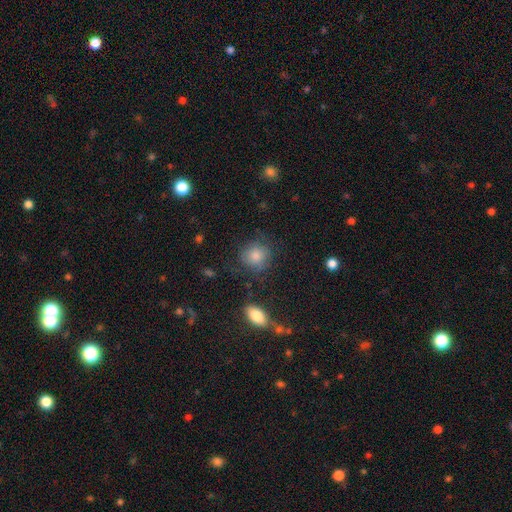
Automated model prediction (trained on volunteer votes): Smooth or featured? Predicted: smooth (p=0.78). How rounded? Predicted: round (p=0.84). Merging? Predicted: none (p=0.75).